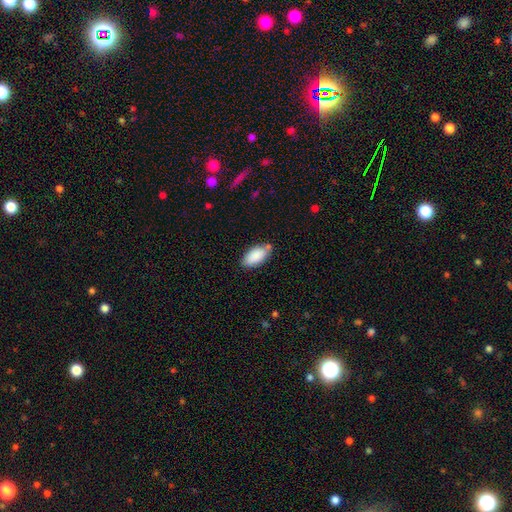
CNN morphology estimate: The model was most divided on "merging": none: 71%, minor disturbance: 18%, merger: 7%, major disturbance: 4%. More confident: how rounded — in between (93%); smooth or featured — smooth (88%).